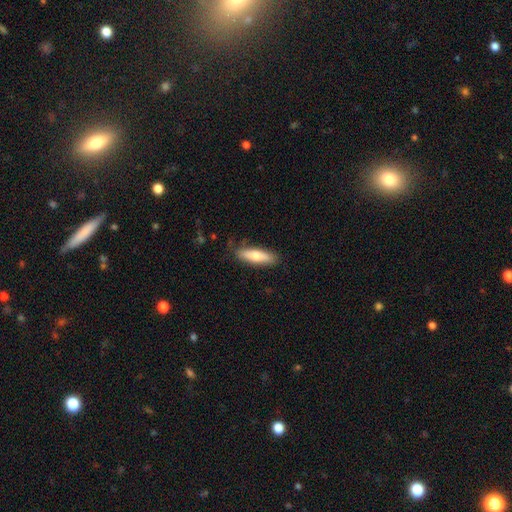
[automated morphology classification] This appears to be a smooth galaxy with no disk features (70%) that is cigar-shaped (57%). Merging: none (80%).